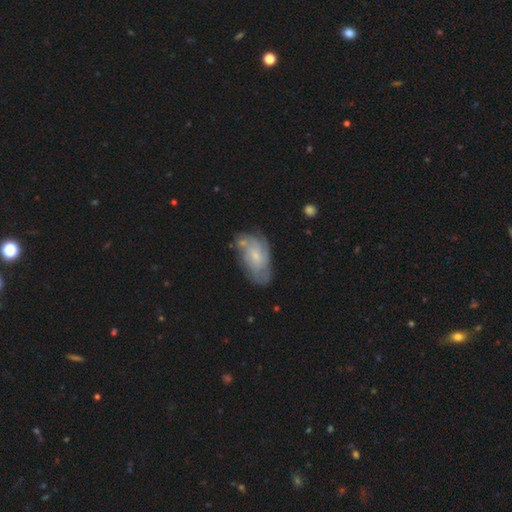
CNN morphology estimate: featured or disk 61%, smooth 32%, star or artifact 7%. Down the decision tree: edge-on disk — no (95%); bar — no (71%); spiral arms — yes (79%); bulge size — small (62%); merging — none (57%).